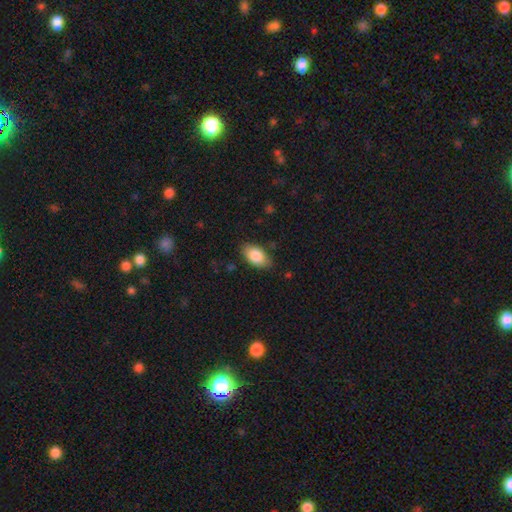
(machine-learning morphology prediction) This is clearly a smooth galaxy (85%). How rounded: clearly in between (93%). Merging: clearly none (82%).